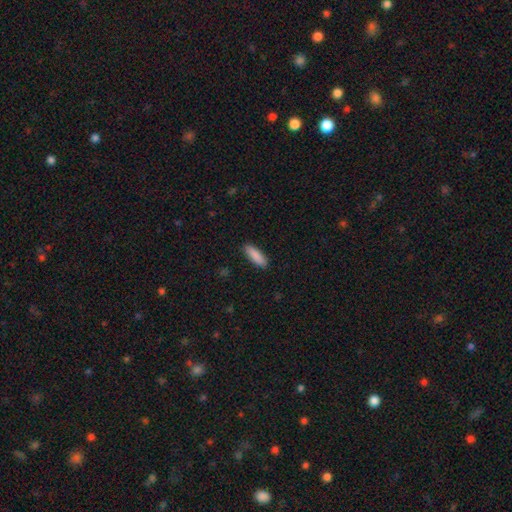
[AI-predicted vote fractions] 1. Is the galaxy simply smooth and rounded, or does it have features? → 89% smooth, 6% star or artifact, 5% featured or disk.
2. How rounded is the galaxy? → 50% in between, 49% cigar-shaped, 2% round.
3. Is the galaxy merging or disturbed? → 89% none, 9% minor disturbance, 2% major disturbance, 1% merger.